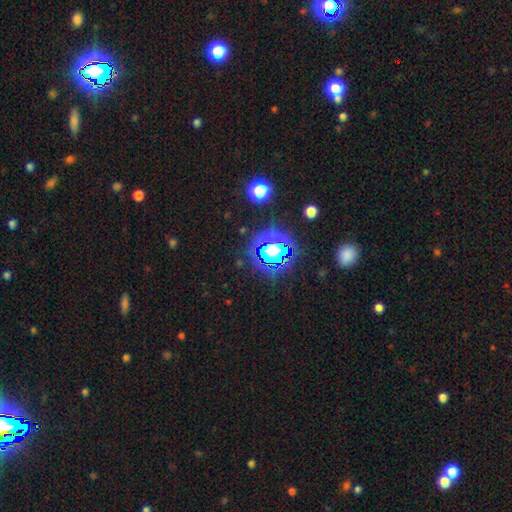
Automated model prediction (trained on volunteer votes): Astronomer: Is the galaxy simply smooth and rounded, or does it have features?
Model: star or artifact — 80%.